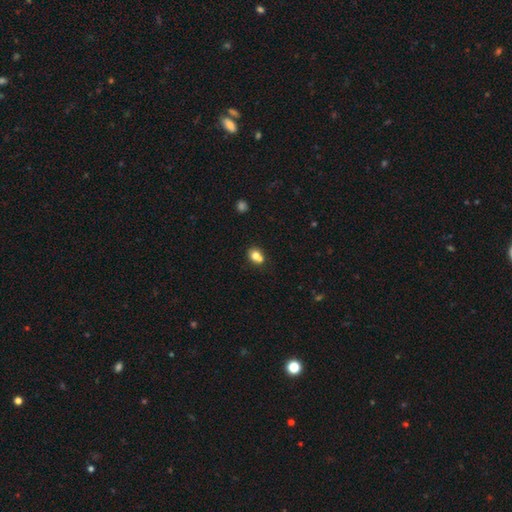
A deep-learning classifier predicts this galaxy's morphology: Smooth or featured: smooth — 75% (featured or disk — 13%)
How rounded: round — 56% (in between — 43%)
Merging: none — 49% (merger — 35%)